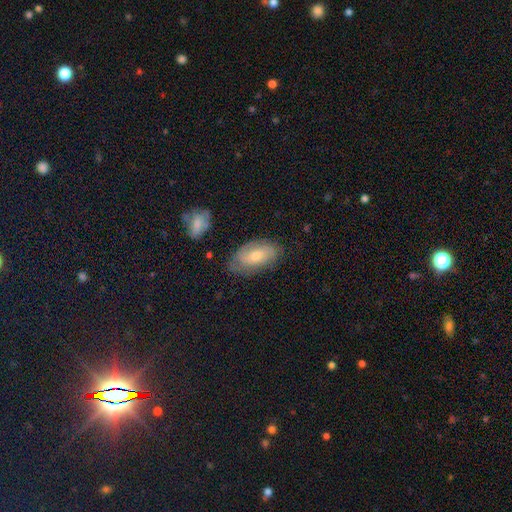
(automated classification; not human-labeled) smooth 51%, featured or disk 42%, star or artifact 7%. Down the decision tree: how rounded — in between (92%); merging — none (67%).